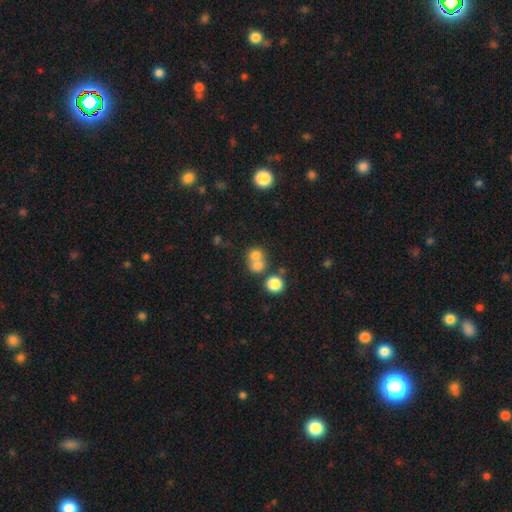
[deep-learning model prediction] The model was most divided on "merging": merger: 56%, none: 34%, minor disturbance: 6%, major disturbance: 4%. More confident: how rounded — round (75%); smooth or featured — smooth (72%).